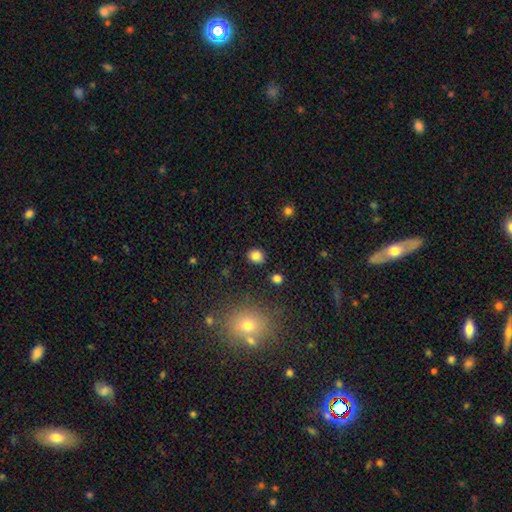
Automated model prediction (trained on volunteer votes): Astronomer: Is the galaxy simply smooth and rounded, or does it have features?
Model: smooth — 83%.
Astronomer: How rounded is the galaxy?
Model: round — 67%.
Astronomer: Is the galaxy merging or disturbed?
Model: none — 87%.